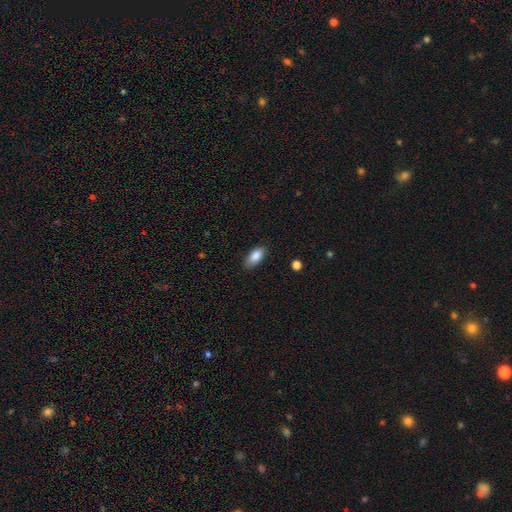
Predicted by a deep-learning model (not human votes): This is clearly a smooth galaxy (87%). How rounded: clearly in between (91%). Merging: clearly none (82%).